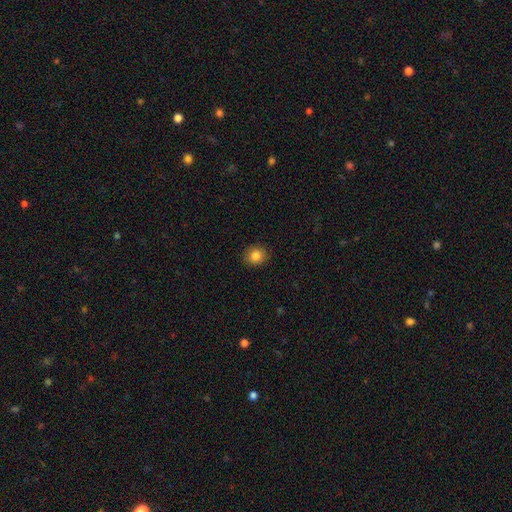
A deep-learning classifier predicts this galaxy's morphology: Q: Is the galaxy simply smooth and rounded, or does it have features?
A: smooth — 84%.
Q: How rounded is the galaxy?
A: round — 80%.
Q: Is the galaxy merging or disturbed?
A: none — 90%.